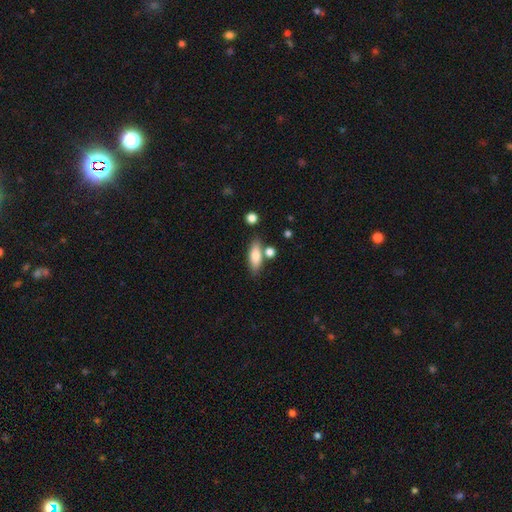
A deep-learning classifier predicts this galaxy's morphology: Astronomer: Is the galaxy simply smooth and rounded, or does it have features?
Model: smooth — 77%.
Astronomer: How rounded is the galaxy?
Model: in between — 66%.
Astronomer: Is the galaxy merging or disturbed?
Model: none — 71%.